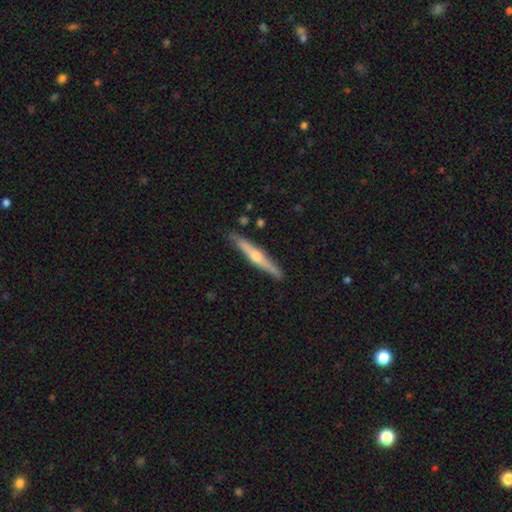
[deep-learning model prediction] This is likely a featured or disk galaxy (66%). It is clearly viewed edge-on (97%). Edge-on bulge: clearly rounded (87%). Merging: clearly none (89%).